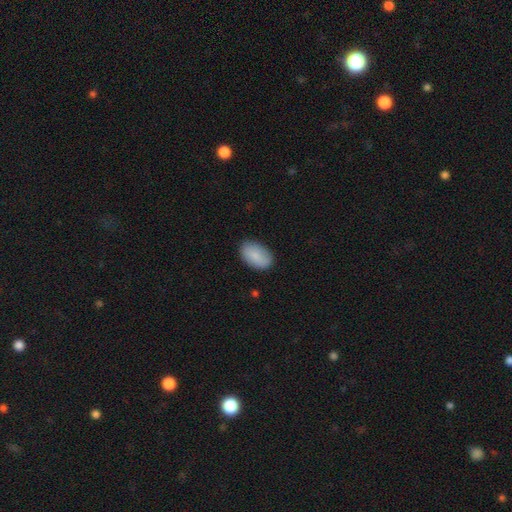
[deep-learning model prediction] Smooth or featured? Predicted: smooth (p=0.85). How rounded? Predicted: in between (p=0.93). Merging? Predicted: none (p=0.85).